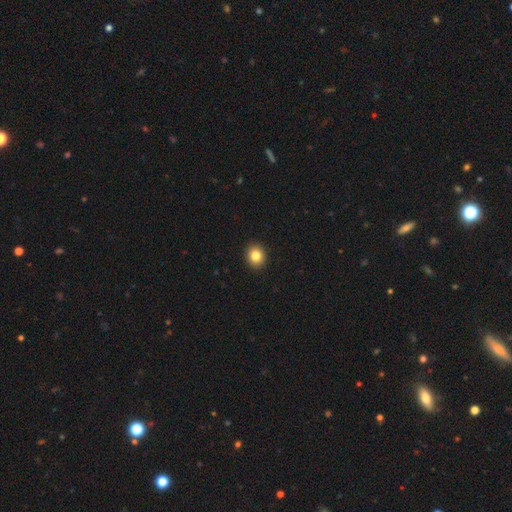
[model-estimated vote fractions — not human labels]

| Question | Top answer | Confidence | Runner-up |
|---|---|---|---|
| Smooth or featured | smooth | 83% | star or artifact (10%) |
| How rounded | round | 74% | in between (25%) |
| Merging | none | 92% | minor disturbance (5%) |